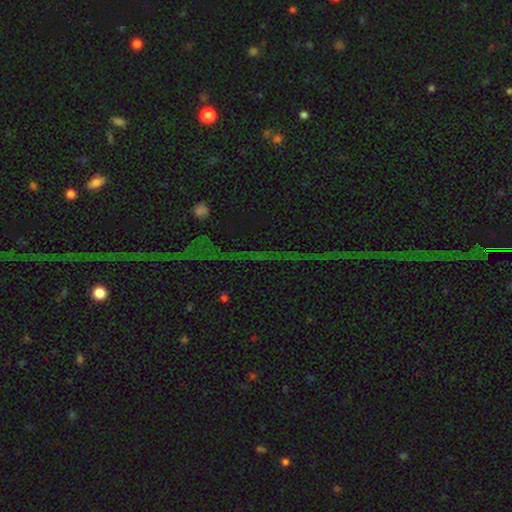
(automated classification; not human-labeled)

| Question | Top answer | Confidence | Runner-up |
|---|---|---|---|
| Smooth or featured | star or artifact | 82% | featured or disk (10%) |